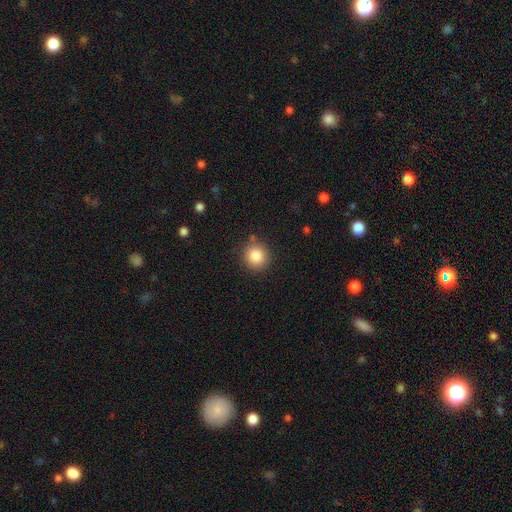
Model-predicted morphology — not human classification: A smooth galaxy with no disk features (85%) that is round (92%). Merging: none (86%).